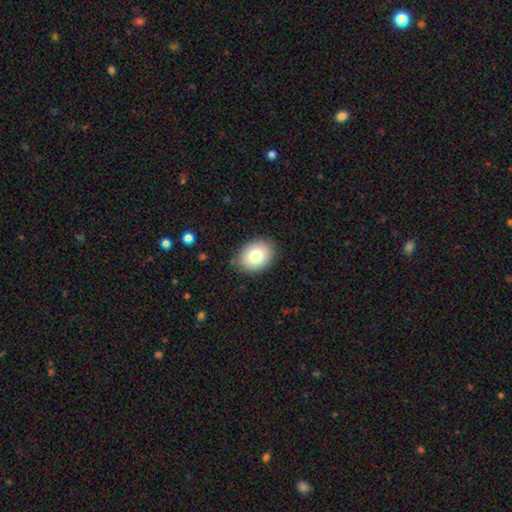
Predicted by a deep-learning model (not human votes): Smooth or featured?
  - smooth: 80% *
  - featured or disk: 12%
  - star or artifact: 8%
How rounded?
  - in between: 67% *
  - round: 32%
  - cigar-shaped: 1%
Merging?
  - none: 84% *
  - minor disturbance: 13%
  - major disturbance: 3%
  - merger: 1%